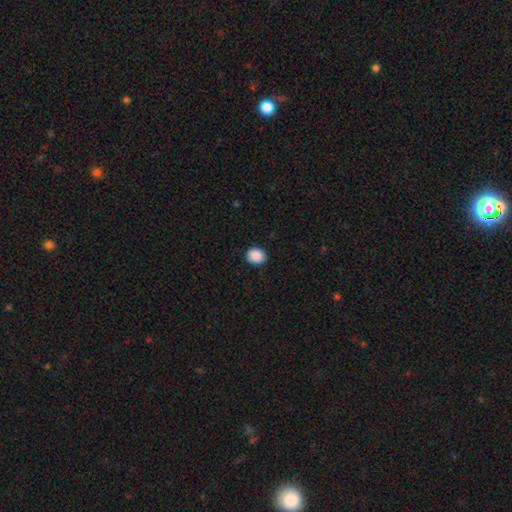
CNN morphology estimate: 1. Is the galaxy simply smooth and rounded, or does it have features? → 89% smooth, 8% star or artifact, 2% featured or disk.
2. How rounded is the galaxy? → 67% round, 32% in between, 1% cigar-shaped.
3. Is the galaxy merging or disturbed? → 91% none, 6% minor disturbance, 2% major disturbance, 1% merger.